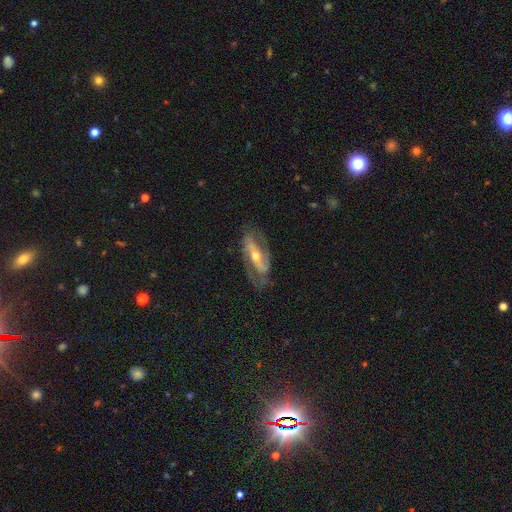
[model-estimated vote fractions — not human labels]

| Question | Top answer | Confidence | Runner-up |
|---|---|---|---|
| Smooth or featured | featured or disk | 85% | smooth (10%) |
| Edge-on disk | no | 91% | yes (9%) |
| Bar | strong | 53% | weak (27%) |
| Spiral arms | yes | 91% | no (9%) |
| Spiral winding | medium | 46% | tight (28%) |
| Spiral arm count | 2 | 88% | can't tell (6%) |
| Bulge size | moderate | 57% | small (38%) |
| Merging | none | 71% | minor disturbance (17%) |